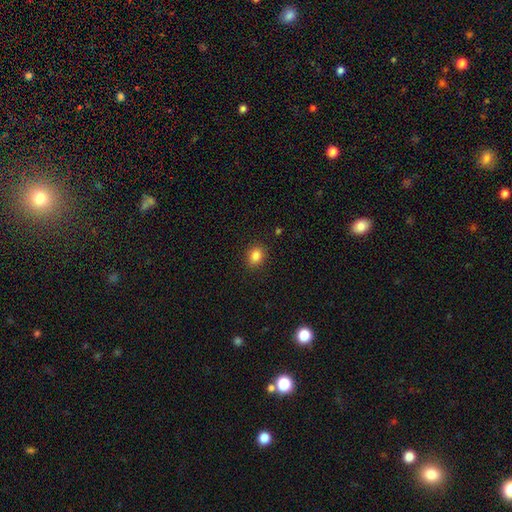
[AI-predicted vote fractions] Smooth or featured? smooth (85%)
How rounded? round (59%)
Merging? none (89%)